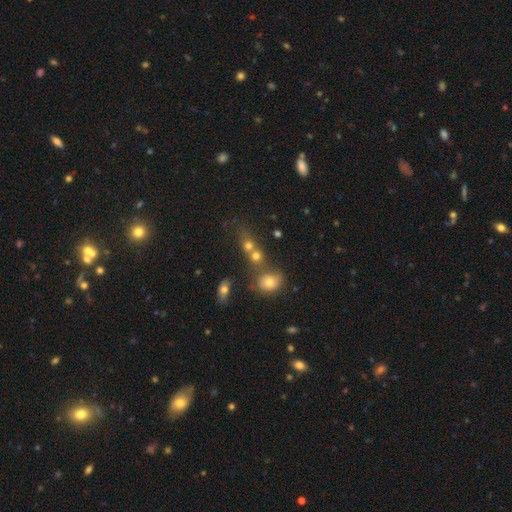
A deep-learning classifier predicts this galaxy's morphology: This is likely a smooth galaxy (68%). How rounded: likely round (67%). Merging: possibly merger (46%).